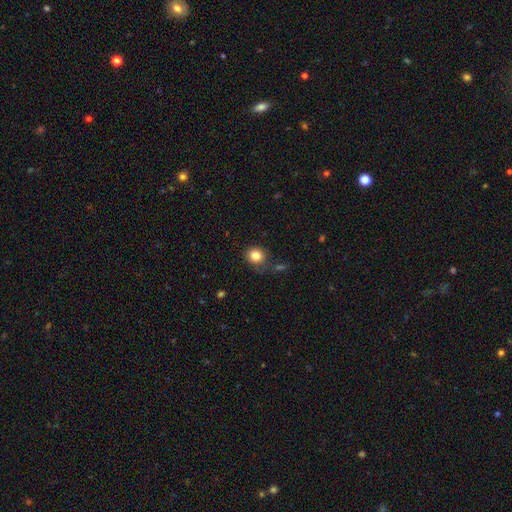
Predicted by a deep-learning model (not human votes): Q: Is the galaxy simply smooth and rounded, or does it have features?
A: smooth — 82%.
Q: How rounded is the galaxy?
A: round — 84%.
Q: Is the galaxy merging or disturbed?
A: none — 77%.